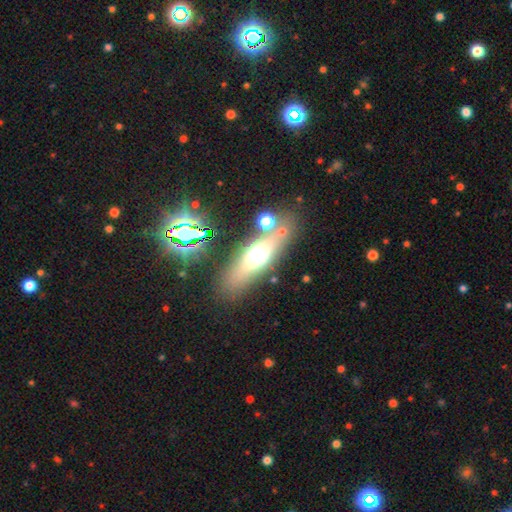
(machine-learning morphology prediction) smooth_or_featured: smooth (p=0.42) [alt: featured or disk p=0.41]
merging: none (p=0.78) [alt: minor disturbance p=0.10]